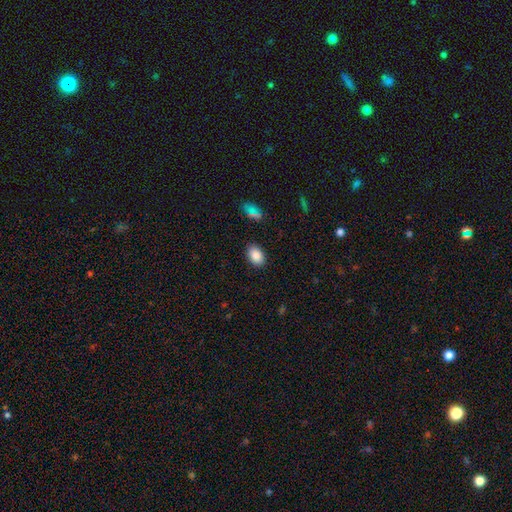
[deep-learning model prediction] The model was most divided on "how rounded": in between: 84%, round: 15%, cigar-shaped: 1%. More confident: merging — none (87%); smooth or featured — smooth (87%).